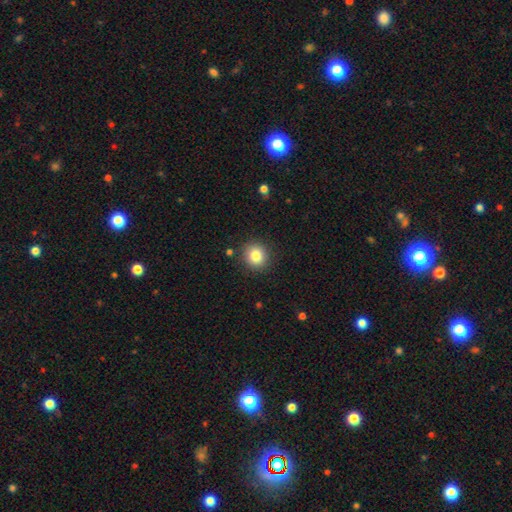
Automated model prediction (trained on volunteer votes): Smooth or featured?
  - smooth: 83% *
  - star or artifact: 11%
  - featured or disk: 7%
How rounded?
  - round: 89% *
  - in between: 10%
  - cigar-shaped: 1%
Merging?
  - none: 89% *
  - minor disturbance: 7%
  - major disturbance: 2%
  - merger: 2%